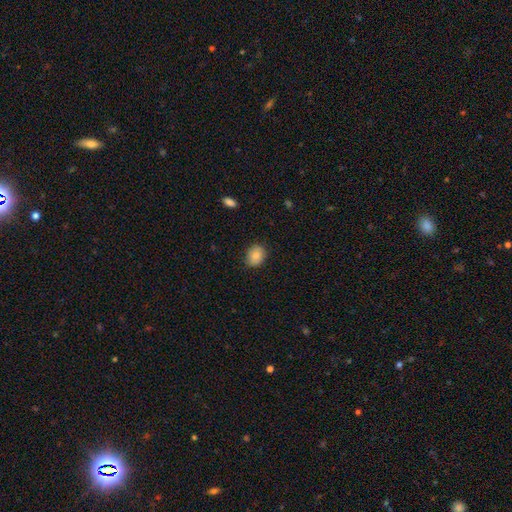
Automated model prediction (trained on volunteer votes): Smooth or featured? smooth (85%)
How rounded? in between (51%)
Merging? none (81%)